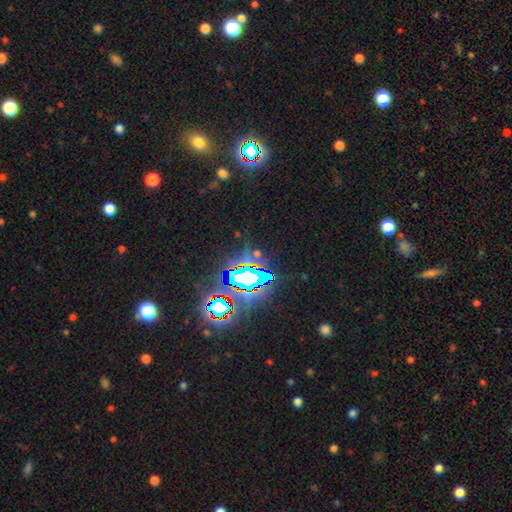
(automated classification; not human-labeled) Overall: star or artifact (76%).